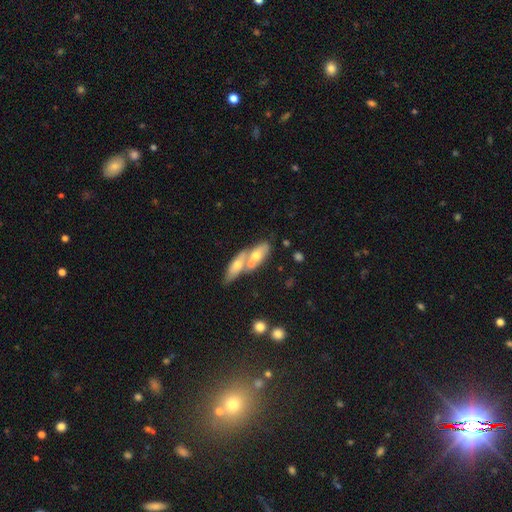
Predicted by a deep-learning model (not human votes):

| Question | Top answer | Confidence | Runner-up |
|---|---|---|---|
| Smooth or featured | featured or disk | 44% | smooth (39%) |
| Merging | merger | 46% | none (37%) |